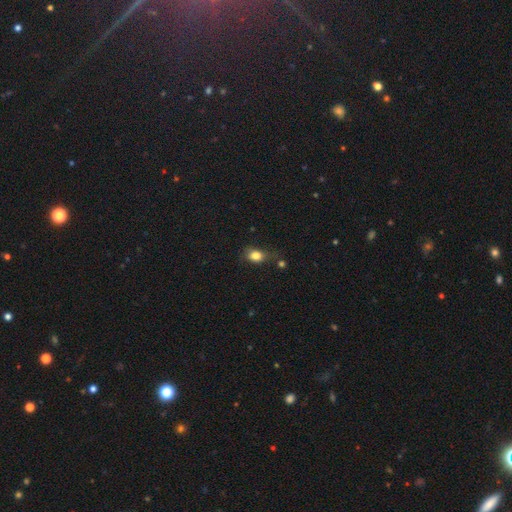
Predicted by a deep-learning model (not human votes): Overall: smooth (82%). How rounded: in between (65%; round 33%). Merging: none (55%; minor disturbance 28%).